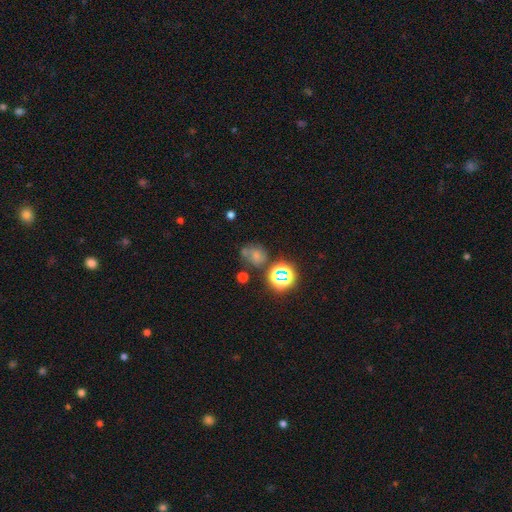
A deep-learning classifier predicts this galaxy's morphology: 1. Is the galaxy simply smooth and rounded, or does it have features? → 51% smooth, 30% star or artifact, 19% featured or disk.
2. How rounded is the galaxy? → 68% round, 30% in between, 1% cigar-shaped.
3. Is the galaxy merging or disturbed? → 47% none, 21% minor disturbance, 18% merger, 13% major disturbance.